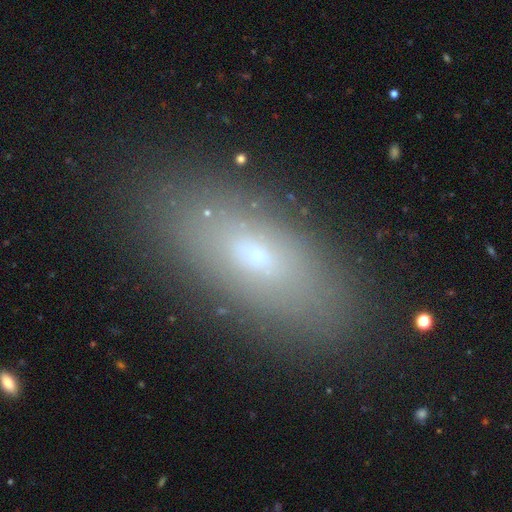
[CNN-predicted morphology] This is possibly a smooth galaxy (56%). How rounded: likely in between (75%). Merging: clearly none (83%).